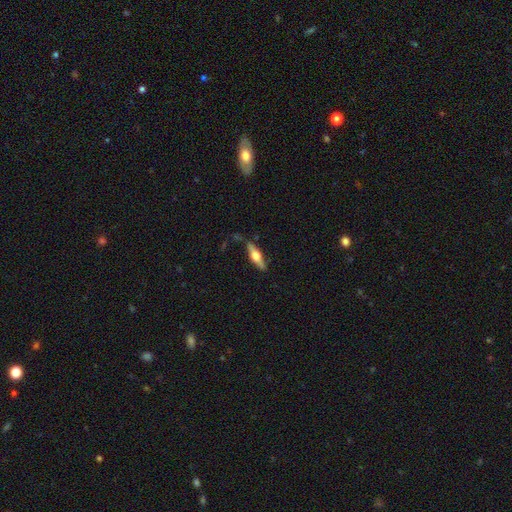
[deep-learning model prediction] smooth-or-featured: featured or disk: 57% | smooth: 38% | star or artifact: 5%
  disk-edge-on: yes: 92% | no: 8%
    edge-on-bulge: rounded: 92% | boxy: 6% | none: 2%
  merging: none: 76% | minor disturbance: 17% | major disturbance: 4% | merger: 3%